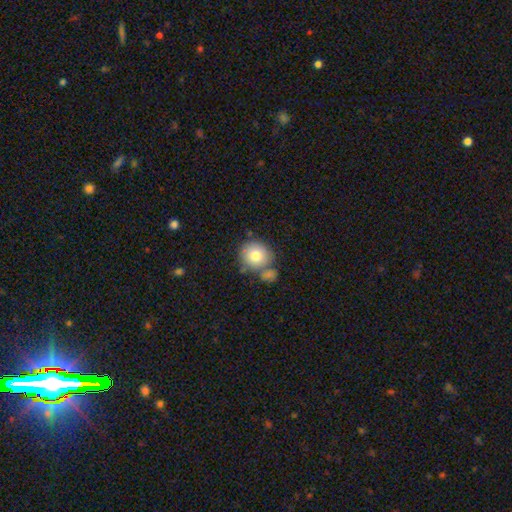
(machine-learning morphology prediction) smooth 79%, featured or disk 13%, star or artifact 9%. Down the decision tree: how rounded — round (87%); merging — none (61%).